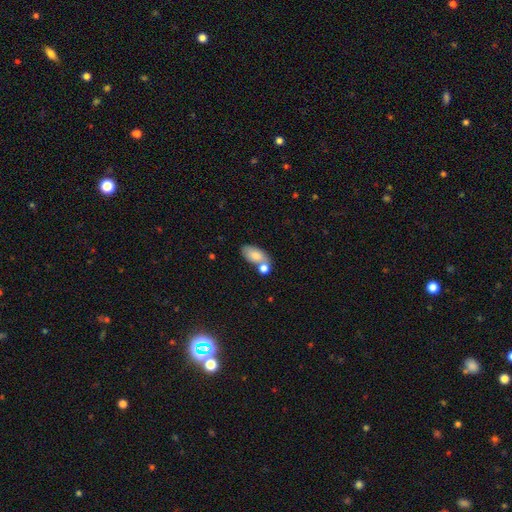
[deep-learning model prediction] This appears to be a smooth galaxy with no disk features (78%) that is in between round and cigar-shaped (91%). Merging: none (44%).